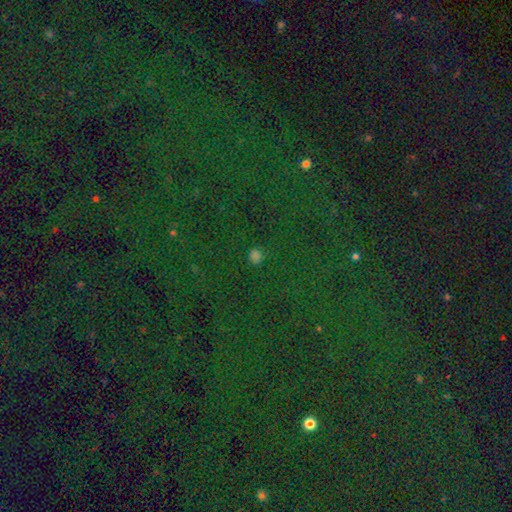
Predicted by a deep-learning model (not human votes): smooth-or-featured: smooth: 57% | star or artifact: 37% | featured or disk: 6%
  how-rounded: round: 70% | in between: 28% | cigar-shaped: 2%
  merging: none: 84% | minor disturbance: 9% | major disturbance: 4% | merger: 3%